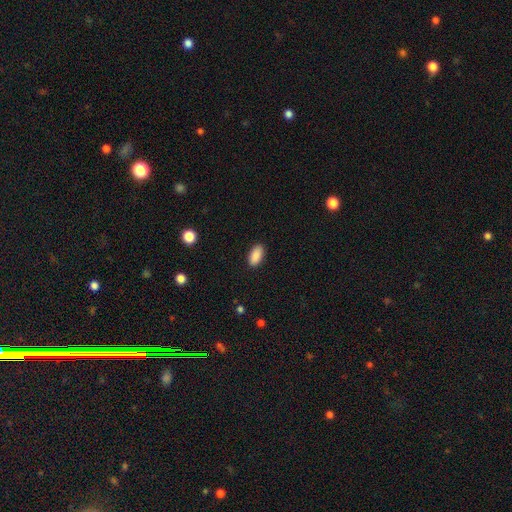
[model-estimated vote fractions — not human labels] Morphology: type=smooth (90%); roundness=in between (94%); merging=none (89%).